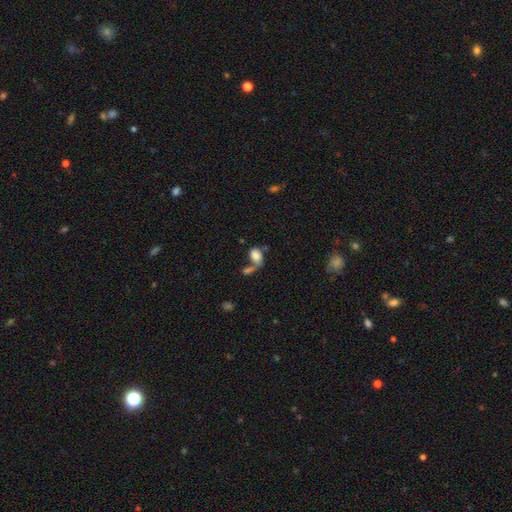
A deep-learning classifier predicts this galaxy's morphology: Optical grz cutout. It shows a smooth galaxy with no disk features (80%) that is in between round and cigar-shaped (86%). Merging: merger (44%).